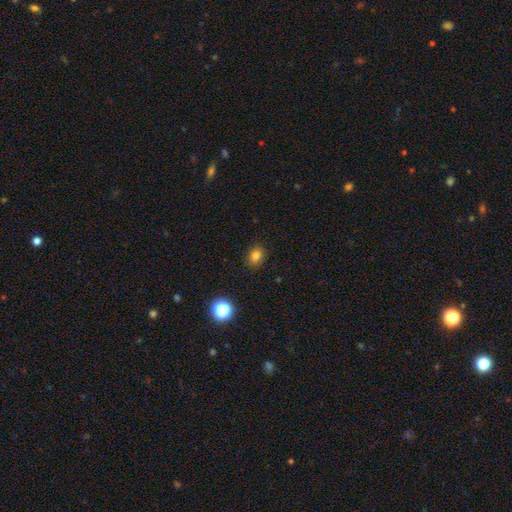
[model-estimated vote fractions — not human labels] A smooth galaxy with no disk features (78%) that is round (52%). Merging: none (85%).